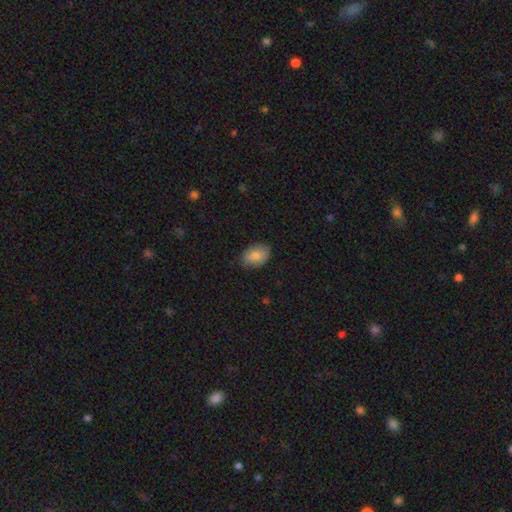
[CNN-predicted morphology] Smooth or featured? smooth (82%)
How rounded? in between (81%)
Merging? none (80%)